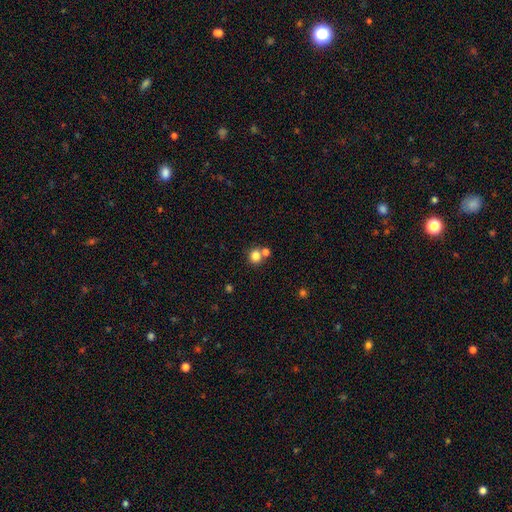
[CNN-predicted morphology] This is clearly a smooth galaxy (82%). How rounded: clearly round (86%). Merging: likely none (60%).